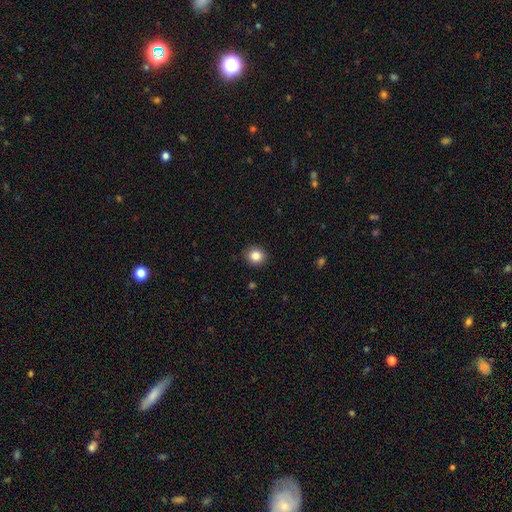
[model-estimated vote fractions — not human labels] smooth_or_featured: smooth (p=0.85) [alt: star or artifact p=0.10]
how_rounded: round (p=0.77) [alt: in between p=0.22]
merging: none (p=0.91) [alt: minor disturbance p=0.06]